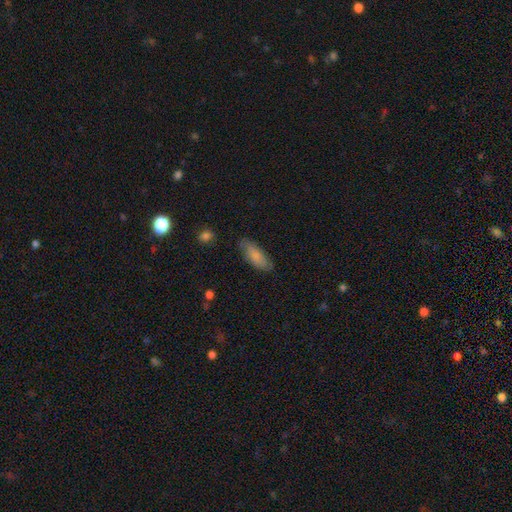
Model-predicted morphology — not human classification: smooth_or_featured: smooth (p=0.80) [alt: featured or disk p=0.14]
how_rounded: in between (p=0.74) [alt: cigar-shaped p=0.24]
merging: none (p=0.75) [alt: minor disturbance p=0.19]